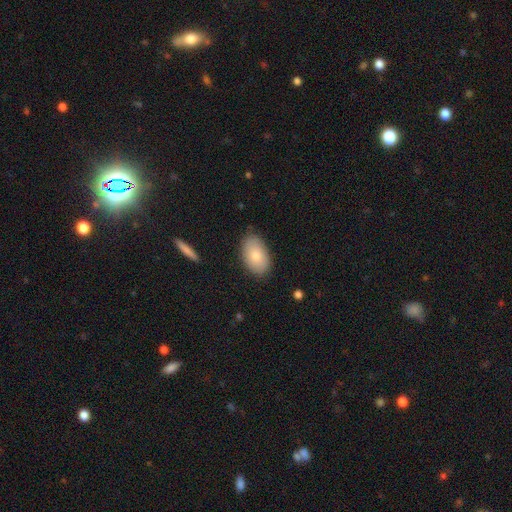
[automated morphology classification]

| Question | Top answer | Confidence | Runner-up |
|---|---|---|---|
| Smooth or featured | smooth | 78% | featured or disk (16%) |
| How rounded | in between | 93% | round (6%) |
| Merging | none | 83% | minor disturbance (13%) |